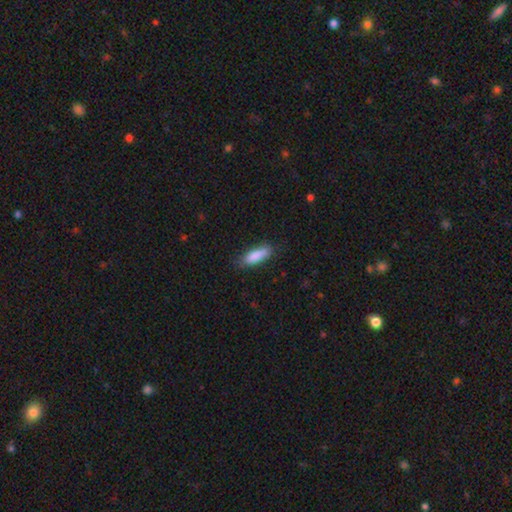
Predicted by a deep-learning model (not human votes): The model was most divided on "how rounded": in between: 53%, cigar-shaped: 46%, round: 2%. More confident: smooth or featured — smooth (87%); merging — none (77%).